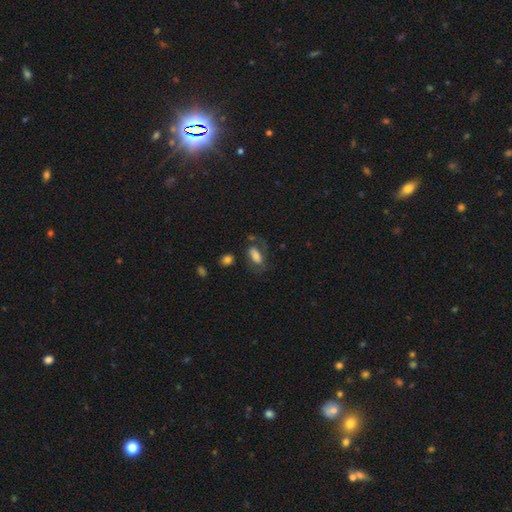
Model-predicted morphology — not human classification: type=smooth (58%); roundness=in between (85%); merging=none (50%).